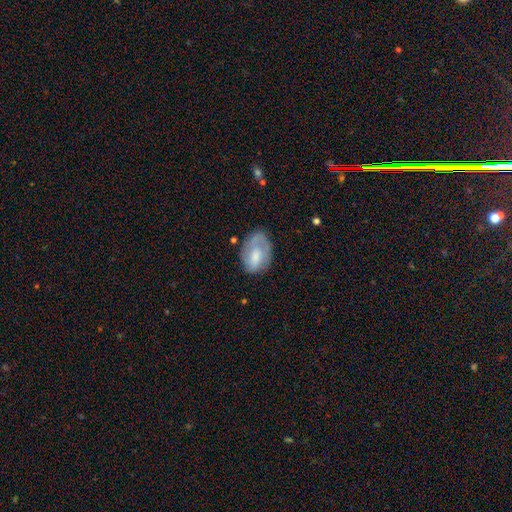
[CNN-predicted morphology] The model was most divided on "smooth or featured": smooth: 53%, featured or disk: 40%, star or artifact: 7%. More confident: how rounded — in between (85%); merging — none (60%).